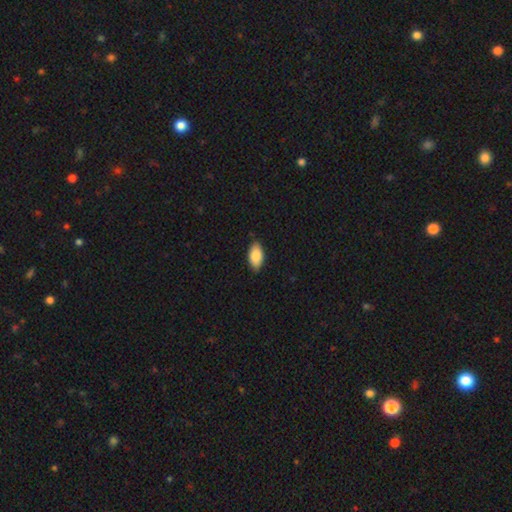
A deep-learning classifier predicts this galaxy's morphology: A smooth galaxy with no disk features (86%) that is in between round and cigar-shaped (93%). Merging: none (83%).